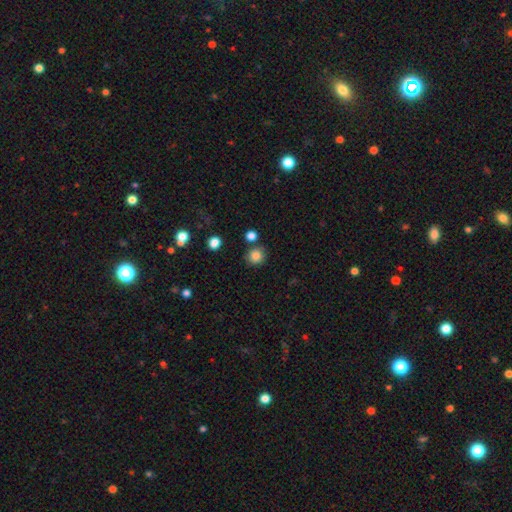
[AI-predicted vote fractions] This appears to be a smooth galaxy with no disk features (84%) that is round (90%). Merging: none (82%).